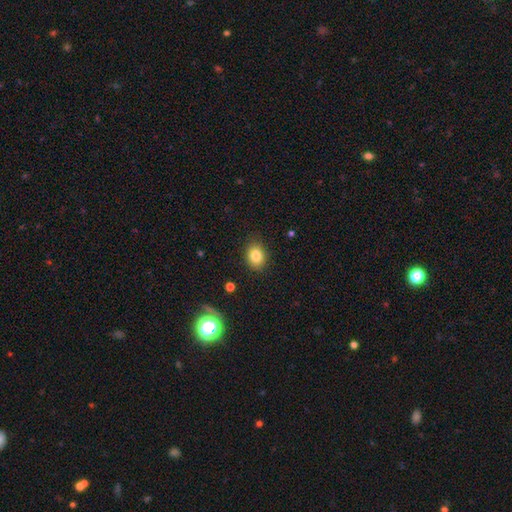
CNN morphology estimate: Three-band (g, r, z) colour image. It shows a smooth galaxy with no disk features (82%) that is in between round and cigar-shaped (59%). Merging: none (87%).